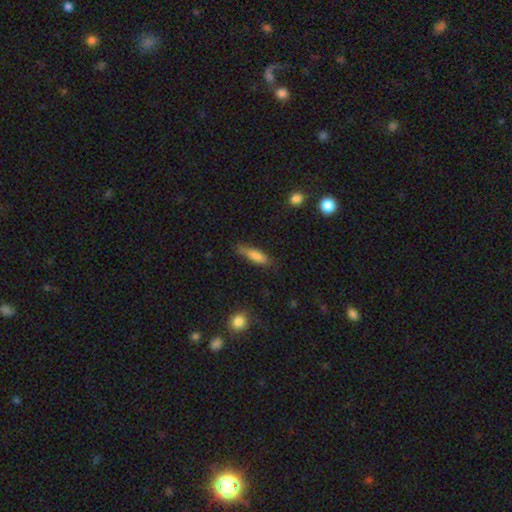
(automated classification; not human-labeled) Smooth or featured? Predicted: smooth (p=0.80). How rounded? Predicted: cigar-shaped (p=0.61). Merging? Predicted: none (p=0.69).